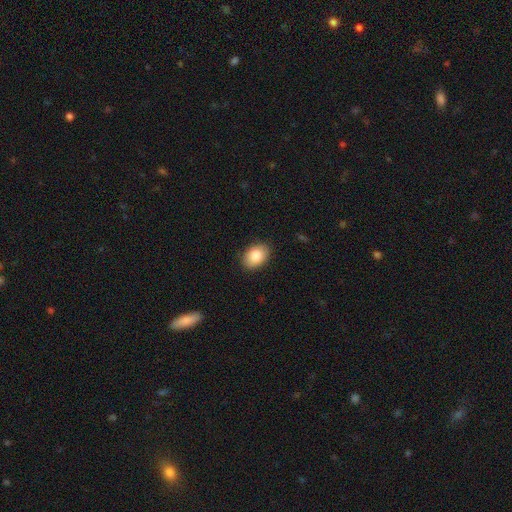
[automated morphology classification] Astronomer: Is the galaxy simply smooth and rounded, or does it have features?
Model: smooth — 87%.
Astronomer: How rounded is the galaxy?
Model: in between — 79%.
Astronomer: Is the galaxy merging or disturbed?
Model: none — 87%.